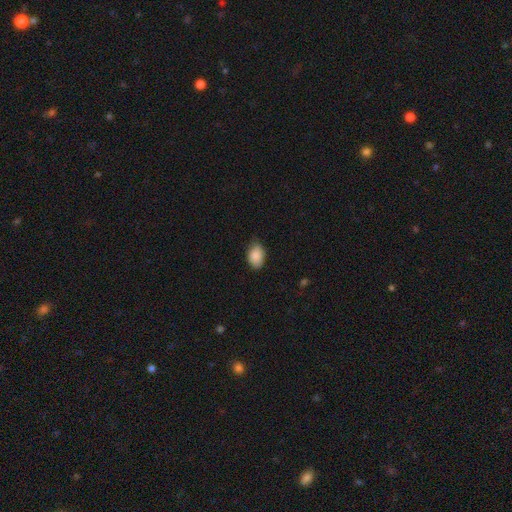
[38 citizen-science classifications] This is clearly a smooth galaxy (92%). How rounded: clearly in between (83%). Merging: likely none (78%).